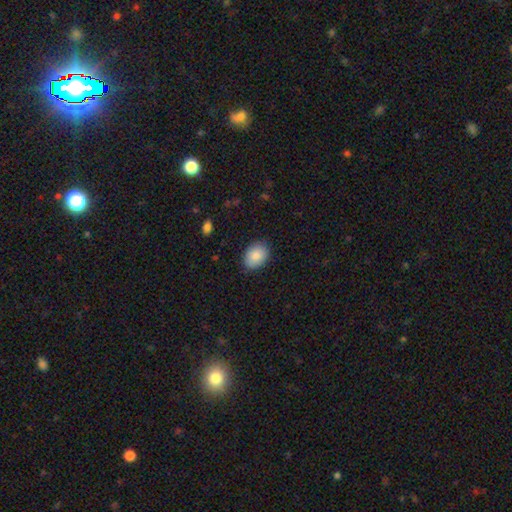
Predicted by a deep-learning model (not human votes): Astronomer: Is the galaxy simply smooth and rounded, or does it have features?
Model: smooth — 86%.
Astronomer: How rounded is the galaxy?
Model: in between — 68%.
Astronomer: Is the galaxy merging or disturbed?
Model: none — 85%.